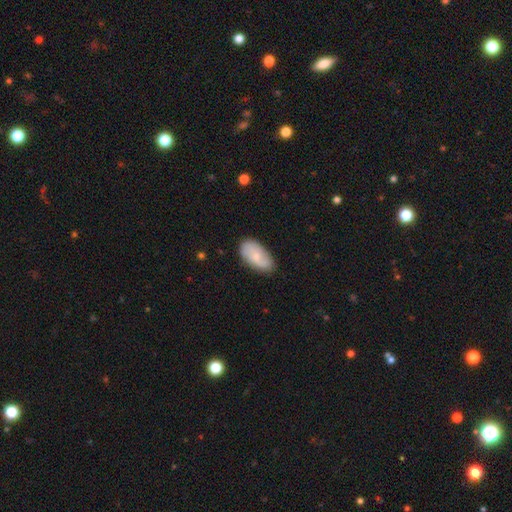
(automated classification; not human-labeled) This is possibly a smooth galaxy (55%). How rounded: clearly in between (93%). Merging: likely none (78%).